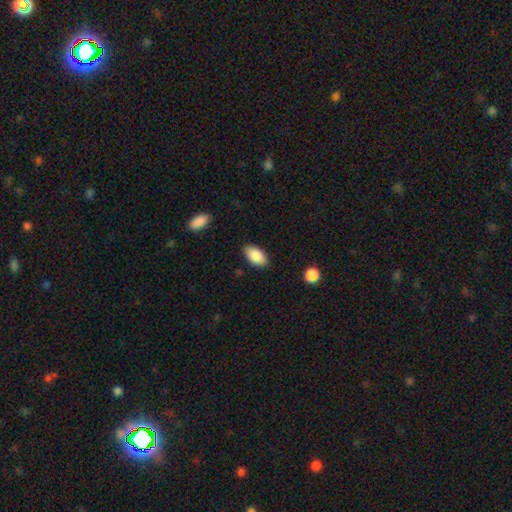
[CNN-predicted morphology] Smooth or featured?
  - smooth: 87% *
  - star or artifact: 7%
  - featured or disk: 7%
How rounded?
  - in between: 94% *
  - round: 4%
  - cigar-shaped: 2%
Merging?
  - none: 85% *
  - minor disturbance: 11%
  - major disturbance: 2%
  - merger: 1%